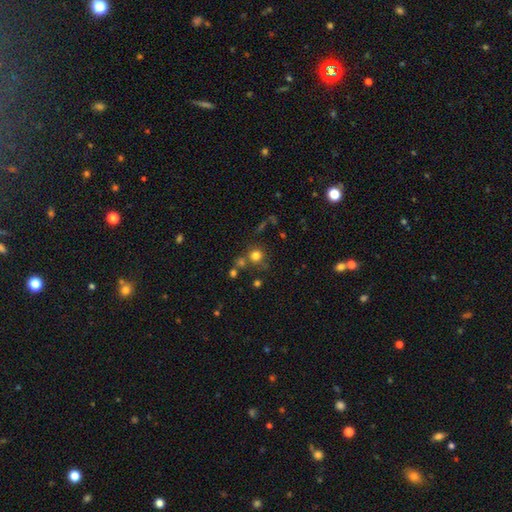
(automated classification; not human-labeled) smooth 75%, star or artifact 16%, featured or disk 9%. Down the decision tree: how rounded — round (90%); merging — none (67%).